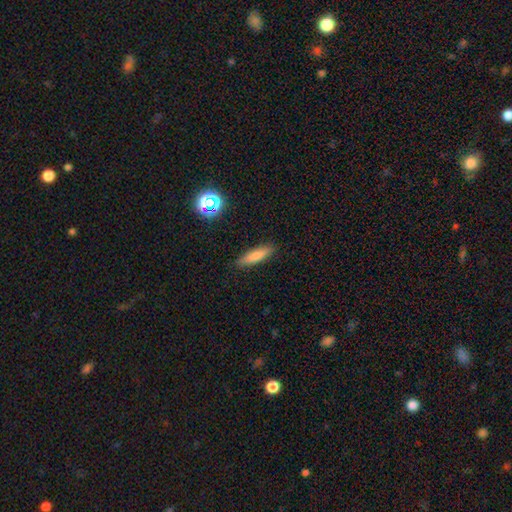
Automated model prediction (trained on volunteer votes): A smooth galaxy with no disk features (74%) that is cigar-shaped (75%).

Vote fractions:
- Smooth or featured? smooth: 74% / featured or disk: 17% / star or artifact: 9%
- How rounded? cigar-shaped: 75% / in between: 23% / round: 2%
- Merging? none: 89% / minor disturbance: 8% / major disturbance: 2% / merger: 1%